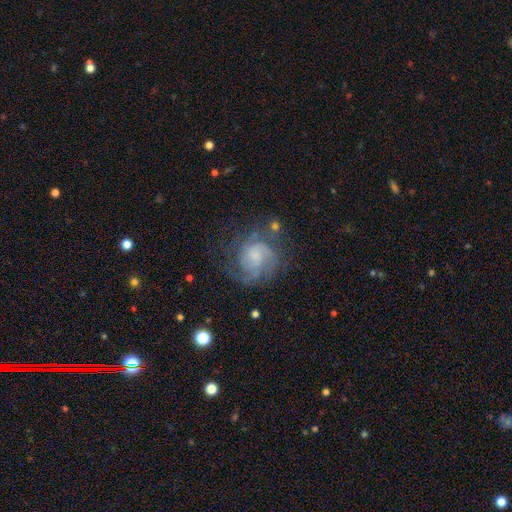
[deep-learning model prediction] This appears to be a featured or disk galaxy (76%) with no bar (69%), tight (52%) spiral arms (92%) and a small central bulge (48%). Merging: none (61%).